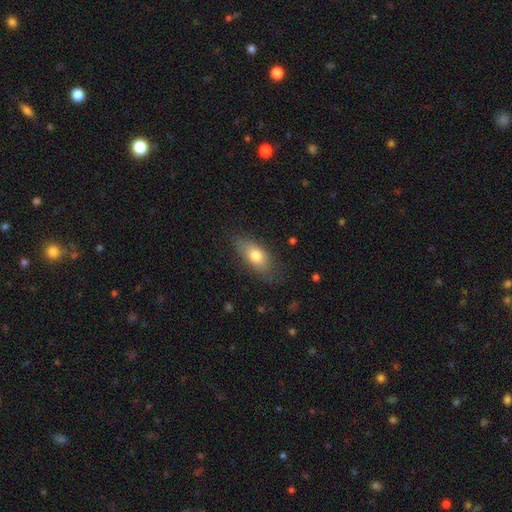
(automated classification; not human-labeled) A smooth galaxy with no disk features (72%) that is in between round and cigar-shaped (80%).

Vote fractions:
- Smooth or featured? smooth: 72% / featured or disk: 20% / star or artifact: 7%
- How rounded? in between: 80% / cigar-shaped: 14% / round: 6%
- Merging? none: 73% / minor disturbance: 20% / major disturbance: 6% / merger: 1%